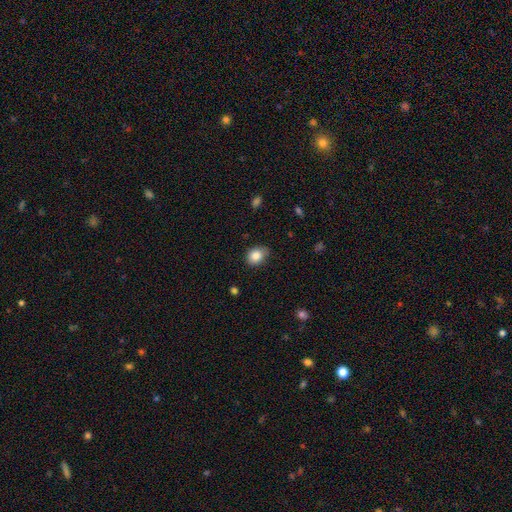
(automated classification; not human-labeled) The model was most divided on "how rounded": in between: 53%, round: 46%, cigar-shaped: 1%. More confident: smooth or featured — smooth (85%); merging — none (70%).